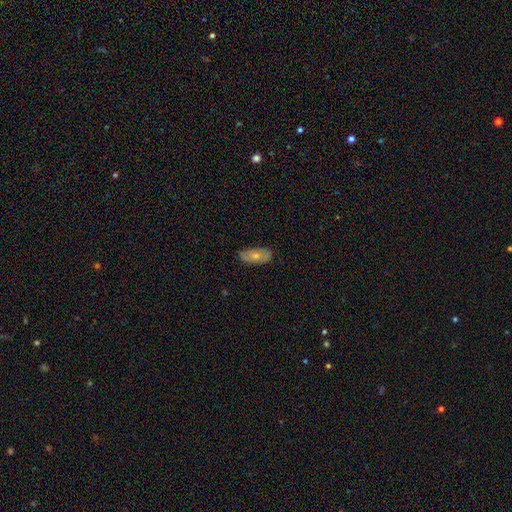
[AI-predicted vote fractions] A smooth galaxy with no disk features (64%) that is in between round and cigar-shaped (88%). Merging: none (77%).